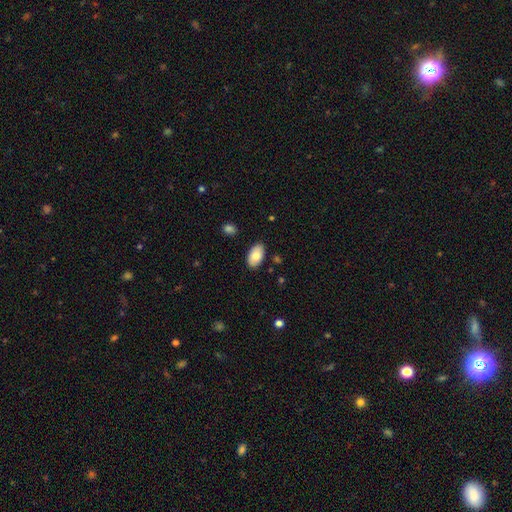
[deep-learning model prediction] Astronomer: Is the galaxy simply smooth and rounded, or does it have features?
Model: smooth — 82%.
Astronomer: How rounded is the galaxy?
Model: in between — 95%.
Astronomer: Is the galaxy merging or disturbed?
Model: none — 86%.